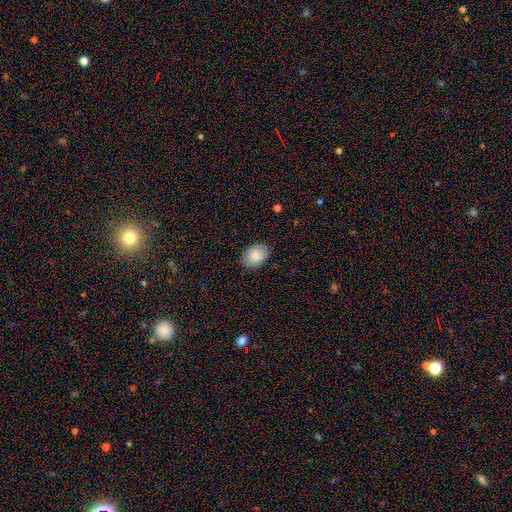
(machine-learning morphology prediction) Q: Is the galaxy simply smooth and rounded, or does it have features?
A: smooth — 86%.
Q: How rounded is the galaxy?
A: in between — 77%.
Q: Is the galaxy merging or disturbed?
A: none — 83%.